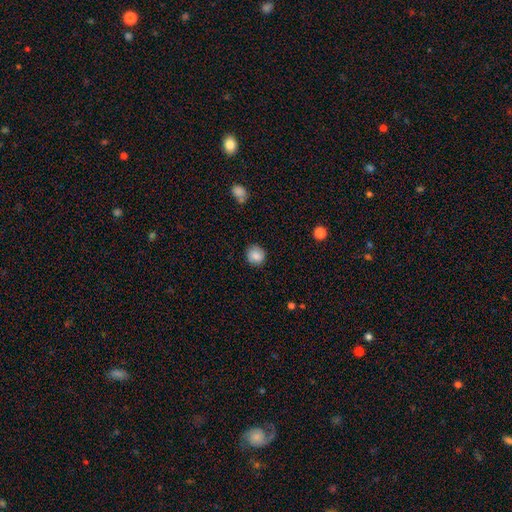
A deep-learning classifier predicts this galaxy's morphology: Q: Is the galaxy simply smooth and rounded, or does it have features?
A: smooth — 81%.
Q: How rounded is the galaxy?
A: round — 82%.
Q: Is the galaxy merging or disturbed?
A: none — 82%.